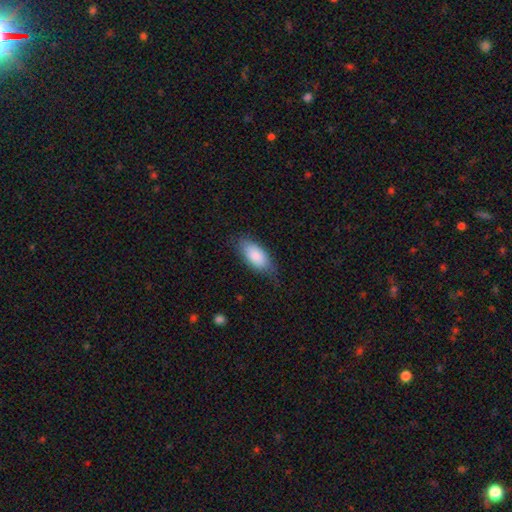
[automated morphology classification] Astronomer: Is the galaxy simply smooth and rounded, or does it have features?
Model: smooth — 82%.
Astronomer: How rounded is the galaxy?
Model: in between — 89%.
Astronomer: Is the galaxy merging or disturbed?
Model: none — 68%.